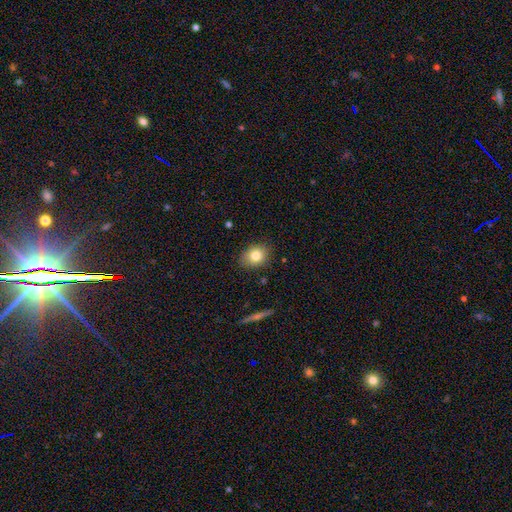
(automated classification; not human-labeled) smooth_or_featured: smooth (p=0.79) [alt: featured or disk p=0.11]
how_rounded: in between (p=0.60) [alt: round p=0.38]
merging: none (p=0.83) [alt: minor disturbance p=0.13]